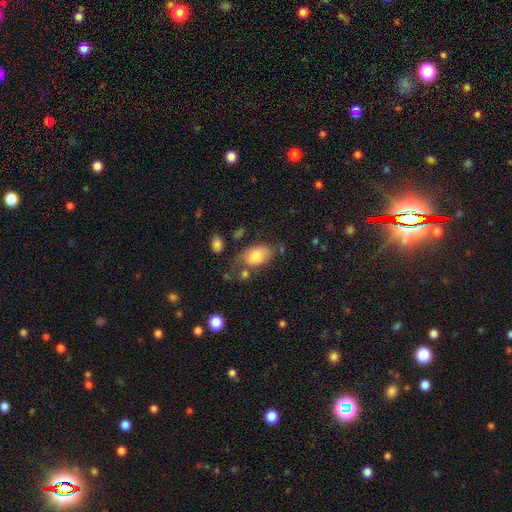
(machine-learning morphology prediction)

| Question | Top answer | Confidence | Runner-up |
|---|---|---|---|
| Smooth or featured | smooth | 77% | featured or disk (16%) |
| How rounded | in between | 90% | round (8%) |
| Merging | none | 50% | minor disturbance (26%) |